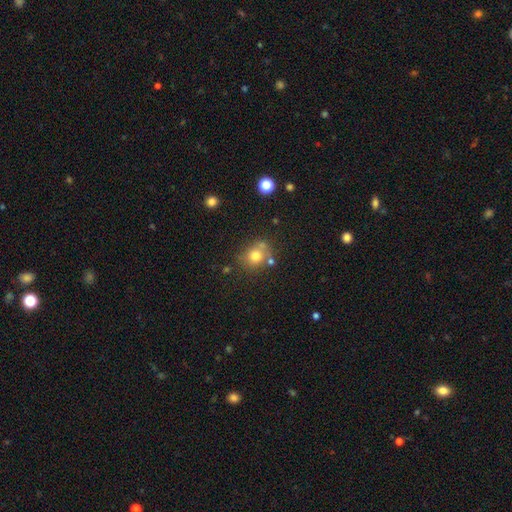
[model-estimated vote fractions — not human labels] Morphology: type=smooth (75%); roundness=round (74%); merging=none (63%).